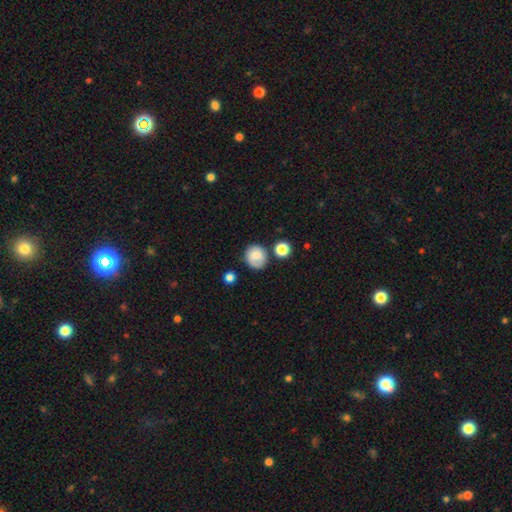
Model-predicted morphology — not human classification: Overall: smooth (76%). How rounded: round (79%). Merging: none (66%).